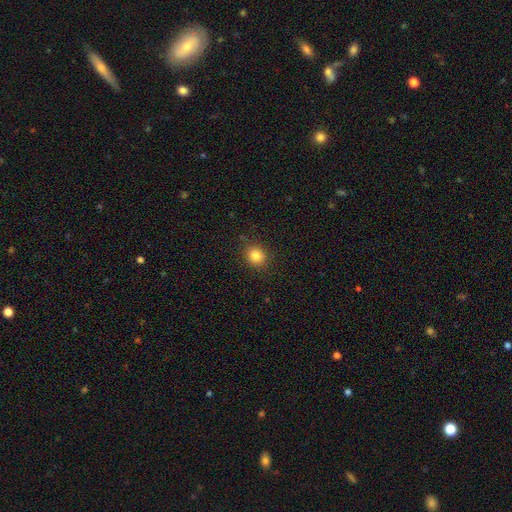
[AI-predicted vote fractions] smooth_or_featured: smooth (p=0.83) [alt: star or artifact p=0.11]
how_rounded: round (p=0.81) [alt: in between p=0.18]
merging: none (p=0.86) [alt: minor disturbance p=0.10]